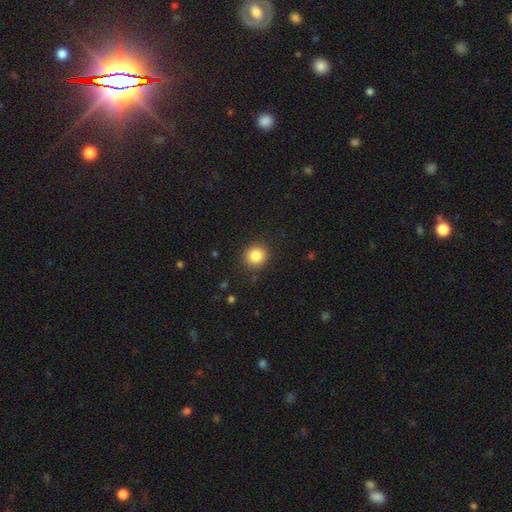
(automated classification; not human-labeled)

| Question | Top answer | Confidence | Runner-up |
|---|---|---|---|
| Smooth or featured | smooth | 85% | star or artifact (10%) |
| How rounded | round | 90% | in between (9%) |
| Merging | none | 90% | minor disturbance (6%) |